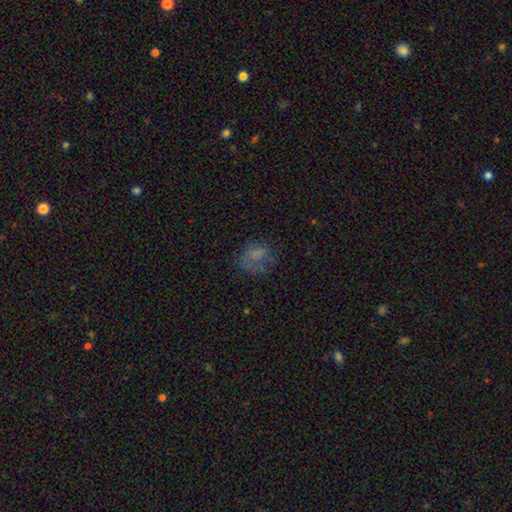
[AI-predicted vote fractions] Q: Smooth or featured?
A: smooth (61%); runner-up: featured or disk (22%)
Q: How rounded?
A: round (53%); runner-up: in between (46%)
Q: Merging?
A: none (50%); runner-up: minor disturbance (23%)